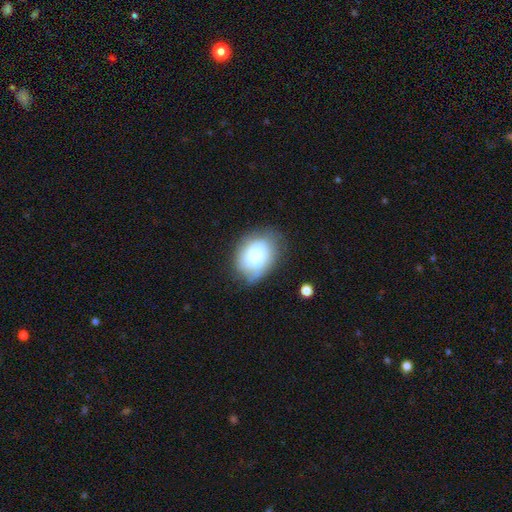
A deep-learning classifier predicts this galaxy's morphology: smooth 66%, featured or disk 25%, star or artifact 9%. Down the decision tree: how rounded — in between (69%); merging — none (60%).